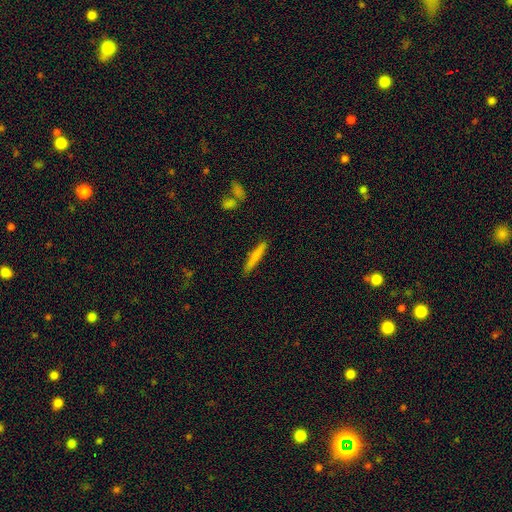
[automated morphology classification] Smooth or featured?
  - smooth: 77% *
  - featured or disk: 17%
  - star or artifact: 6%
How rounded?
  - cigar-shaped: 93% *
  - in between: 5%
  - round: 1%
Merging?
  - none: 88% *
  - minor disturbance: 8%
  - merger: 2%
  - major disturbance: 2%